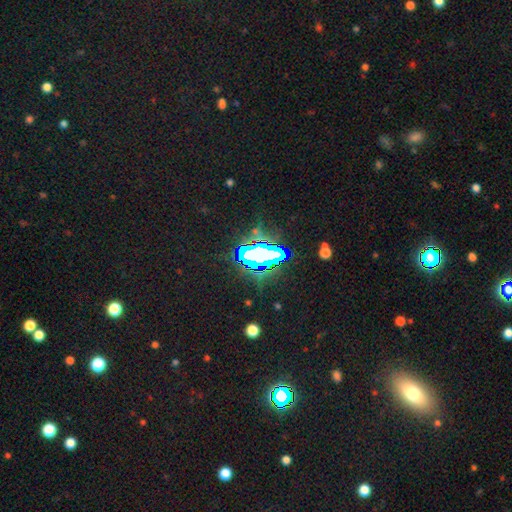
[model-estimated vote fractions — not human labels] The model was most divided on "smooth or featured": star or artifact: 67%, smooth: 18%, featured or disk: 15%.